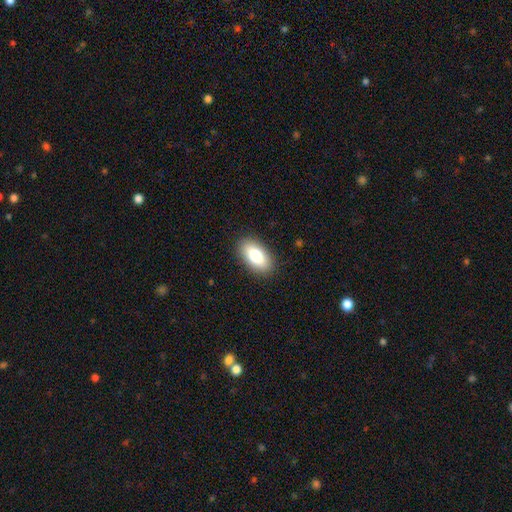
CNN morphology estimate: smooth_or_featured: smooth (p=0.80) [alt: featured or disk p=0.12]
how_rounded: in between (p=0.92) [alt: round p=0.04]
merging: none (p=0.88) [alt: minor disturbance p=0.08]